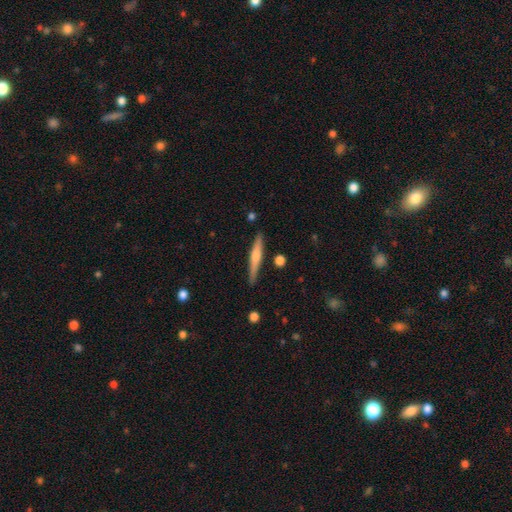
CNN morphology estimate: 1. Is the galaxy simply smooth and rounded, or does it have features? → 54% featured or disk, 40% smooth, 6% star or artifact.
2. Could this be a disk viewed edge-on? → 97% yes, 3% no.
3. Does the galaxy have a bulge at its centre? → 75% rounded, 15% none, 10% boxy.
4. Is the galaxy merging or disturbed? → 88% none, 8% minor disturbance, 2% merger, 2% major disturbance.